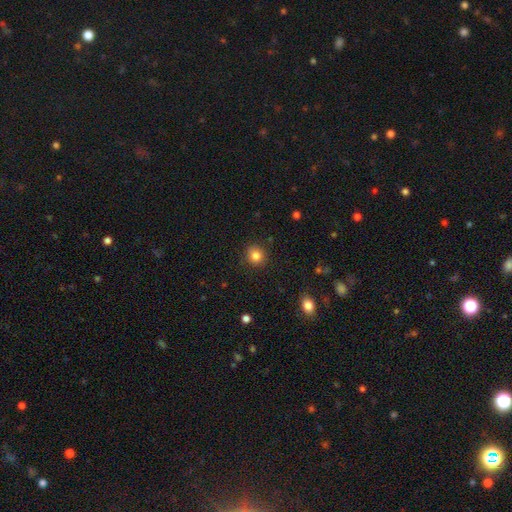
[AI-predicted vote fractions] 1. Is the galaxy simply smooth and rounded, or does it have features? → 83% smooth, 11% star or artifact, 6% featured or disk.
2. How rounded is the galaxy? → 90% round, 10% in between, 1% cigar-shaped.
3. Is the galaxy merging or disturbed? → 88% none, 8% minor disturbance, 2% major disturbance, 1% merger.